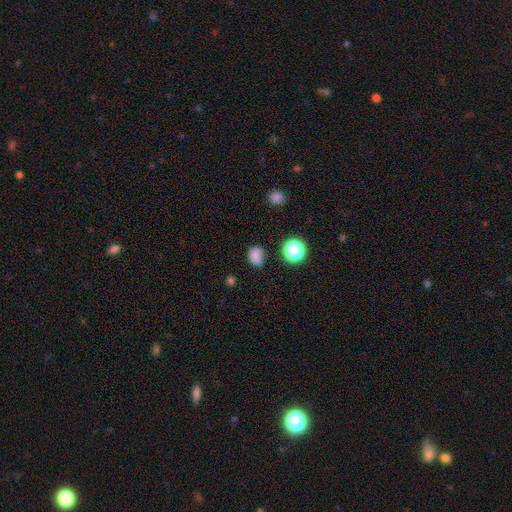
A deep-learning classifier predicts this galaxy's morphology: Smooth or featured: smooth — 77% (star or artifact — 17%)
How rounded: in between — 51% (round — 48%)
Merging: none — 62% (minor disturbance — 27%)